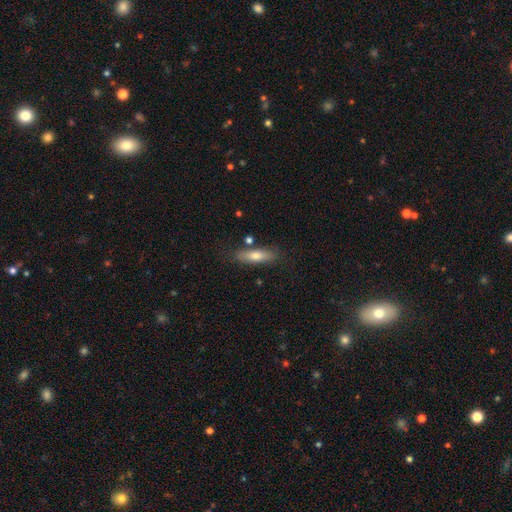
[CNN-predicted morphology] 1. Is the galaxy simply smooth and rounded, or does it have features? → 66% smooth, 27% featured or disk, 7% star or artifact.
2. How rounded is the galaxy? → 58% cigar-shaped, 39% in between, 3% round.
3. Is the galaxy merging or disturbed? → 79% none, 13% minor disturbance, 5% merger, 3% major disturbance.